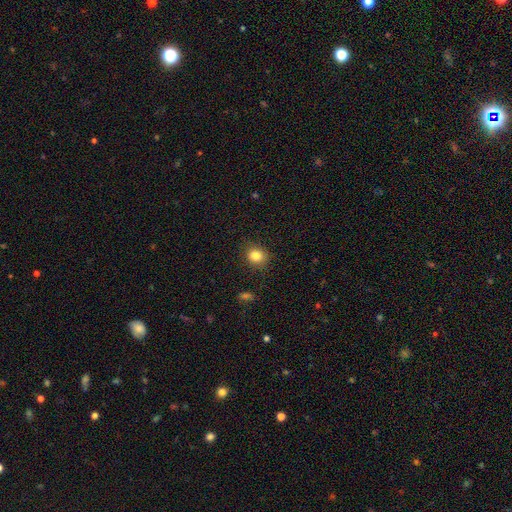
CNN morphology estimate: This is clearly a smooth galaxy (83%). How rounded: likely round (68%). Merging: clearly none (86%).